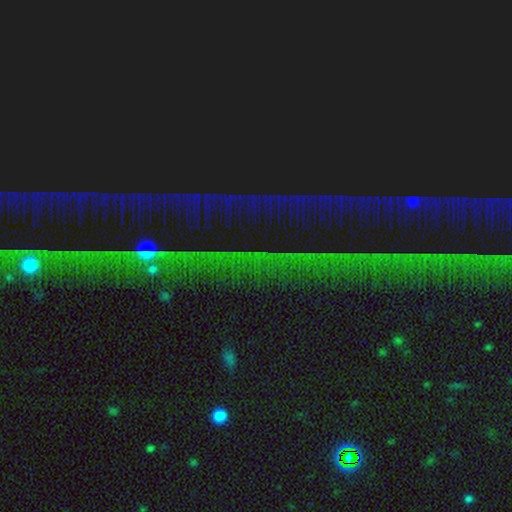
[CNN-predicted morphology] smooth_or_featured: star or artifact (p=0.87) [alt: featured or disk p=0.07]